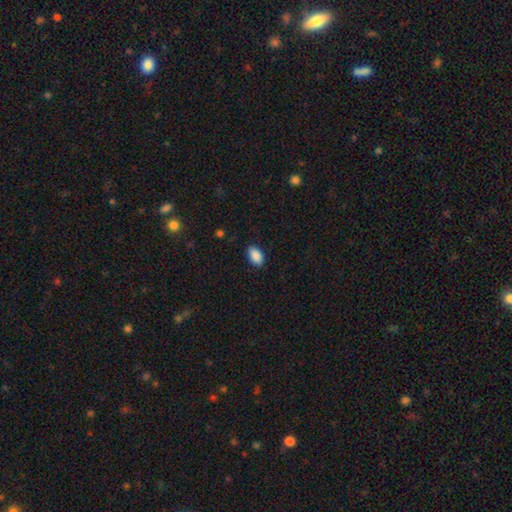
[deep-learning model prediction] A smooth galaxy with no disk features (89%) that is in between round and cigar-shaped (93%).

Vote fractions:
- Smooth or featured? smooth: 89% / star or artifact: 7% / featured or disk: 4%
- How rounded? in between: 93% / round: 5% / cigar-shaped: 2%
- Merging? none: 86% / minor disturbance: 11% / major disturbance: 2% / merger: 1%